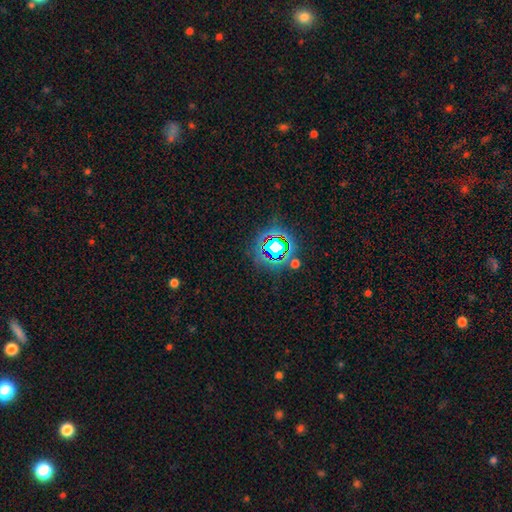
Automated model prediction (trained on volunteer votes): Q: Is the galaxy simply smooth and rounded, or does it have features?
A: star or artifact — 72%.